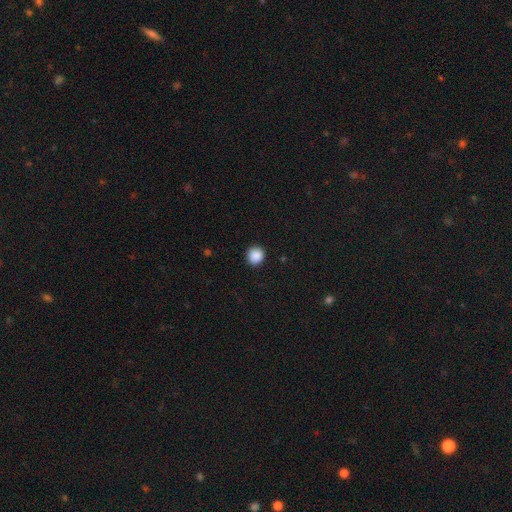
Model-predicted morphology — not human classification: Q: Smooth or featured?
A: smooth (89%); runner-up: star or artifact (9%)
Q: How rounded?
A: round (90%); runner-up: in between (9%)
Q: Merging?
A: none (90%); runner-up: minor disturbance (7%)